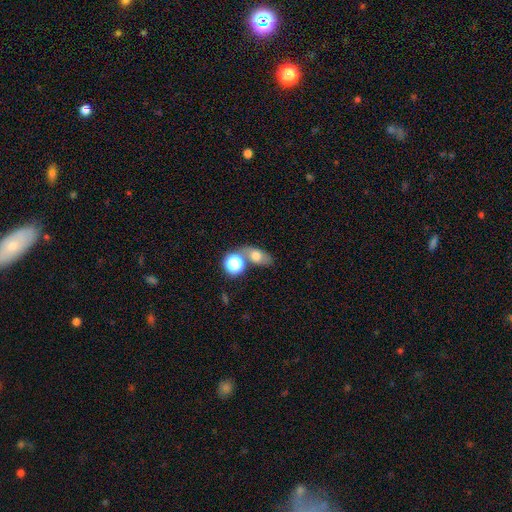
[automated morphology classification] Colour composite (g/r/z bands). It shows a smooth galaxy with no disk features (66%) that is in between round and cigar-shaped (74%). Merging: none (54%).